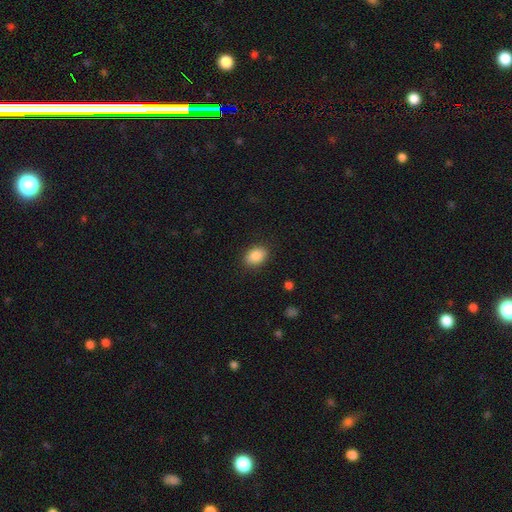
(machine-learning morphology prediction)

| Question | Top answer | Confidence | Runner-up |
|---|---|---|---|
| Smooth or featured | smooth | 88% | star or artifact (8%) |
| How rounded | in between | 73% | round (25%) |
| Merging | none | 87% | minor disturbance (9%) |